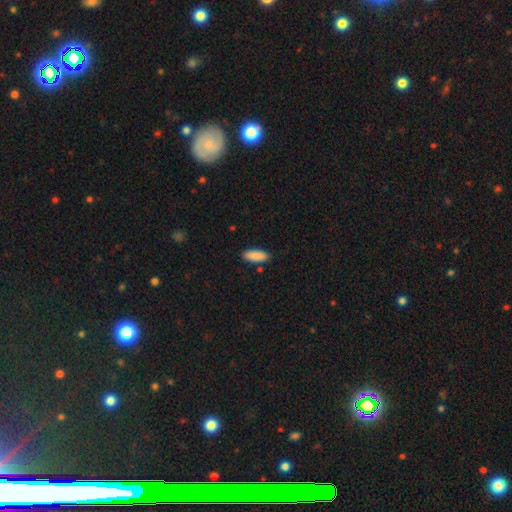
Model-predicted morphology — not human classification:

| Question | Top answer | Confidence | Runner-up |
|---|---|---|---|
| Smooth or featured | smooth | 90% | star or artifact (6%) |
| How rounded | in between | 70% | cigar-shaped (28%) |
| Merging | none | 86% | minor disturbance (10%) |